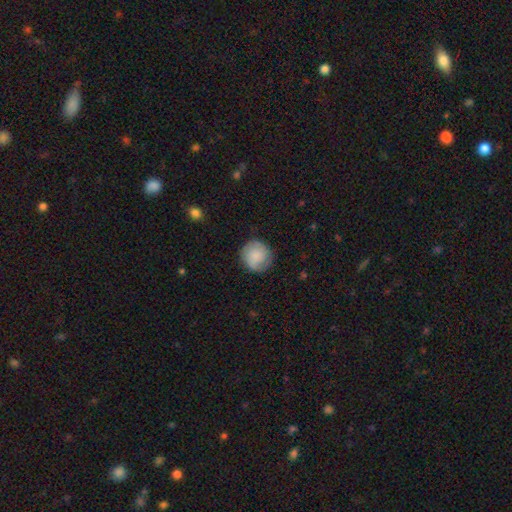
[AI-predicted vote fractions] This appears to be a smooth galaxy with no disk features (73%) that is round (91%). Merging: none (80%).